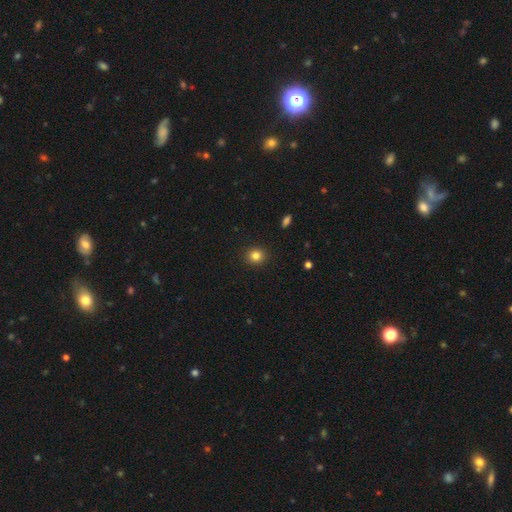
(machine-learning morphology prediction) A smooth galaxy with no disk features (83%) that is round (84%). Merging: none (91%).